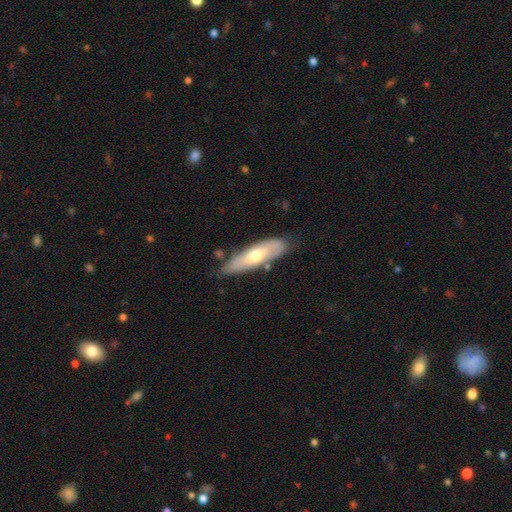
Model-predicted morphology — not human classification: This is possibly a featured or disk galaxy (48%). Merging: likely none (68%).